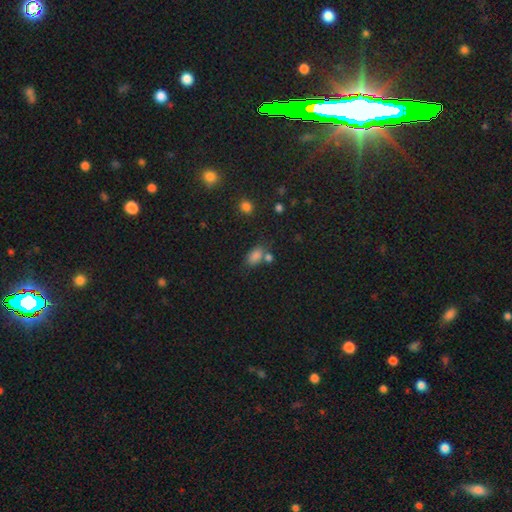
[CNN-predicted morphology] smooth_or_featured: smooth (p=0.81) [alt: star or artifact p=0.13]
how_rounded: in between (p=0.87) [alt: round p=0.11]
merging: none (p=0.55) [alt: merger p=0.24]